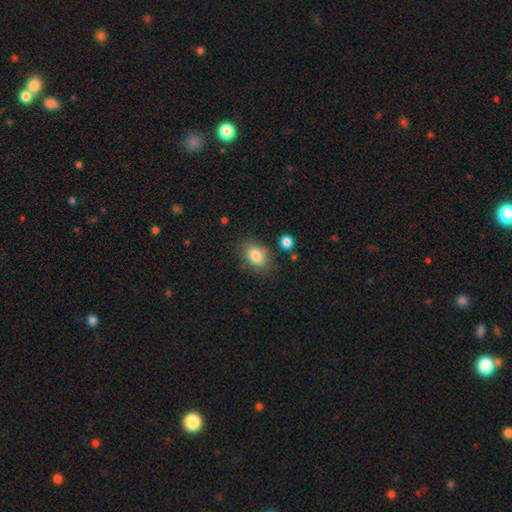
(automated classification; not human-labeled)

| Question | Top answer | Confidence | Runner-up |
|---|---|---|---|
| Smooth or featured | smooth | 82% | featured or disk (9%) |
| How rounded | in between | 81% | round (18%) |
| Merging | none | 77% | minor disturbance (14%) |